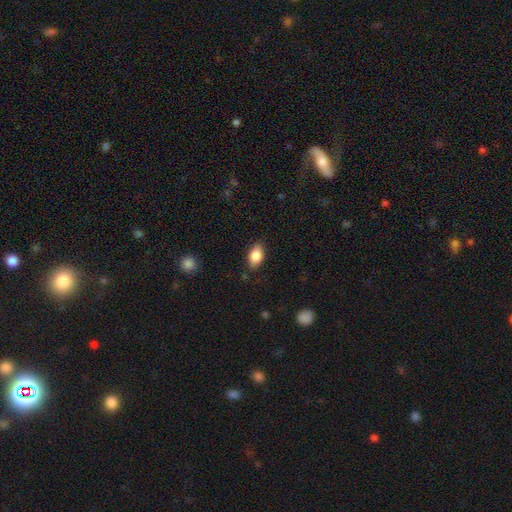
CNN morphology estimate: A smooth galaxy with no disk features (85%) that is in between round and cigar-shaped (91%).

Vote fractions:
- Smooth or featured? smooth: 85% / featured or disk: 8% / star or artifact: 7%
- How rounded? in between: 91% / round: 7% / cigar-shaped: 2%
- Merging? none: 84% / minor disturbance: 12% / major disturbance: 3% / merger: 1%